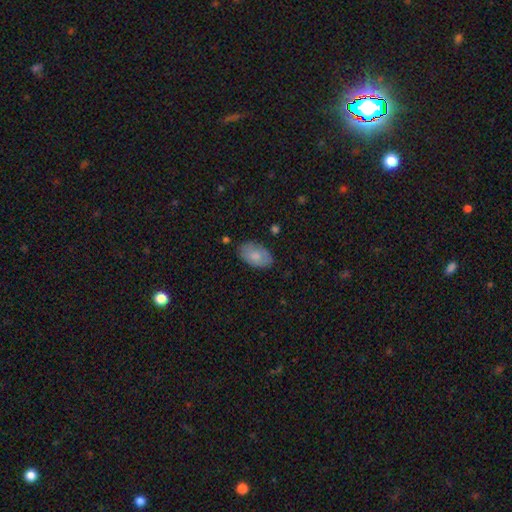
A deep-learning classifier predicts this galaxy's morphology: type=smooth (79%); roundness=in between (93%); merging=none (79%).